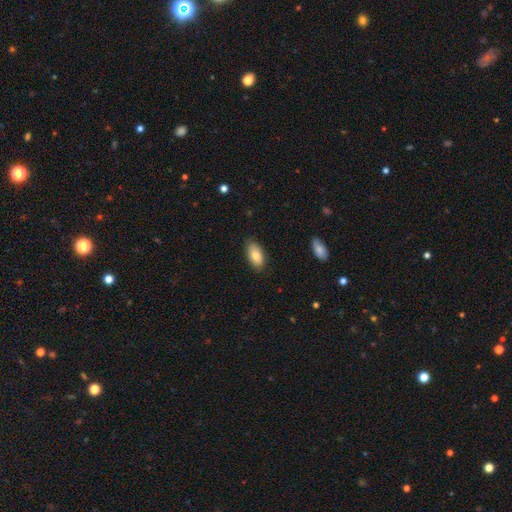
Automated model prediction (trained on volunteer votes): Smooth or featured: smooth — 82% (featured or disk — 11%)
How rounded: in between — 93% (cigar-shaped — 4%)
Merging: none — 84% (minor disturbance — 12%)